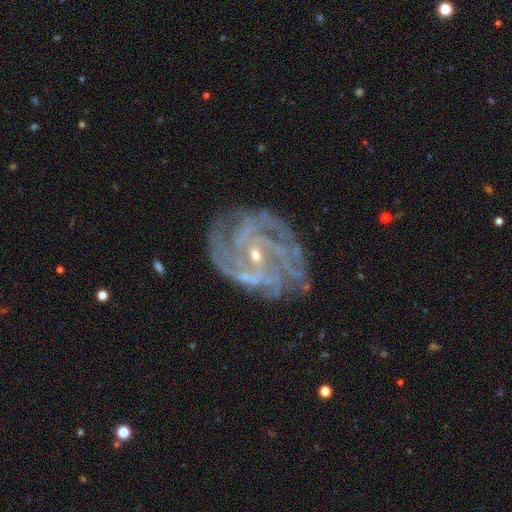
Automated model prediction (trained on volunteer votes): smooth-or-featured: featured or disk: 89% | star or artifact: 7% | smooth: 5%
  disk-edge-on: no: 97% | yes: 3%
    bar: no: 45% | weak: 40% | strong: 15%
    has-spiral-arms: yes: 97% | no: 3%
      spiral-winding: tight: 59% | medium: 33% | loose: 8%
      spiral-arm-count: 4: 26% | can't tell: 21% | 3: 20% | 2: 14% | more than 4: 12% | 1: 7%
    bulge-size: small: 77% | moderate: 20% | none: 2% | large: 1% | dominant: 1%
  merging: none: 70% | minor disturbance: 19% | major disturbance: 9% | merger: 2%